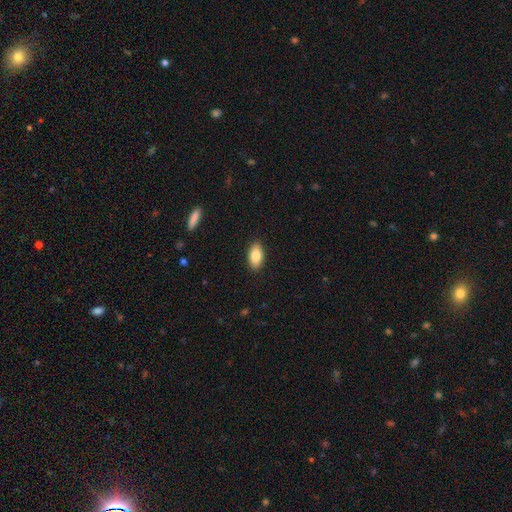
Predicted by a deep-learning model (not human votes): Smooth or featured? smooth (83%)
How rounded? in between (91%)
Merging? none (90%)